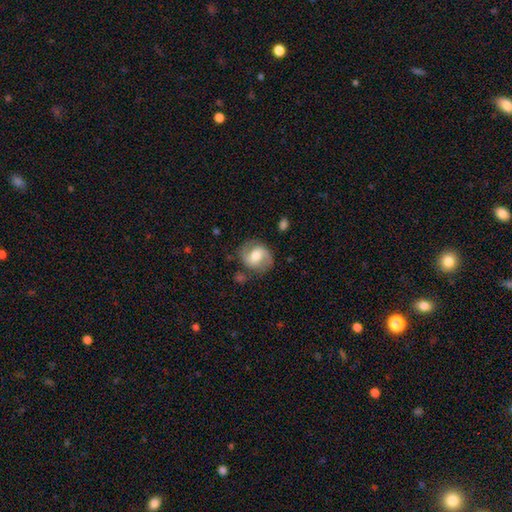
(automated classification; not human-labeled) A featured or disk galaxy (63%) with a weak bar (46%), 2 (88%) medium (47%) spiral arms (87%) and a moderate central bulge (67%).

Vote fractions:
- Smooth or featured? featured or disk: 63% / smooth: 30% / star or artifact: 7%
- Edge-on disk? no: 97% / yes: 3%
- Bar? weak: 46% / no: 36% / strong: 19%
- Spiral arms? yes: 87% / no: 13%
- Spiral winding? medium: 47% / loose: 33% / tight: 20%
- Spiral arm count? 2: 88% / can't tell: 6% / 1: 3% / 3: 1% / 4: 1% / more than 4: 1%
- Bulge size? moderate: 67% / small: 17% / large: 13% / none: 2% / dominant: 1%
- Merging? none: 77% / minor disturbance: 15% / major disturbance: 6% / merger: 2%